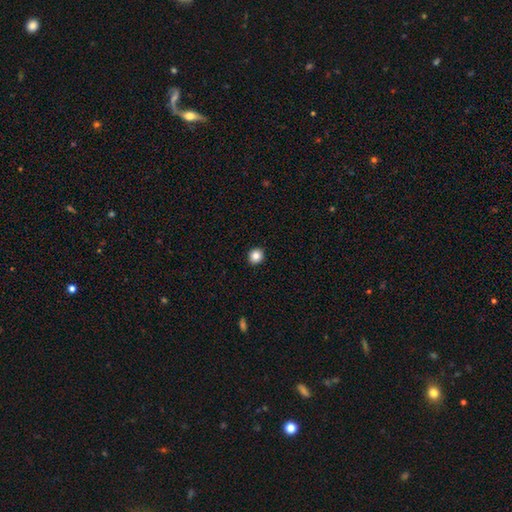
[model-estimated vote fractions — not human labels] The model was most divided on "smooth or featured": smooth: 84%, star or artifact: 10%, featured or disk: 6%. More confident: merging — none (93%); how rounded — round (89%).